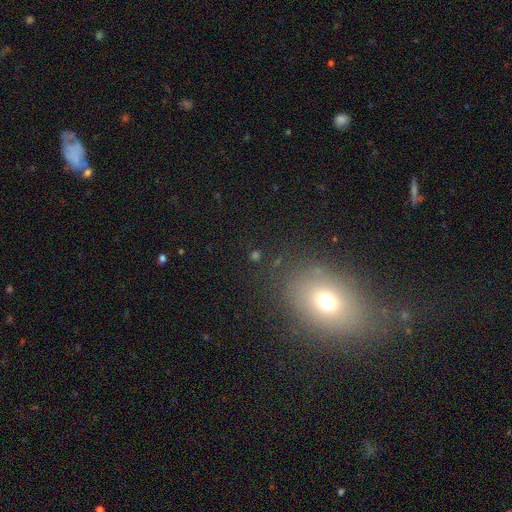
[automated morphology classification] This appears to be a smooth galaxy with no disk features (48%). Merging: none (74%).